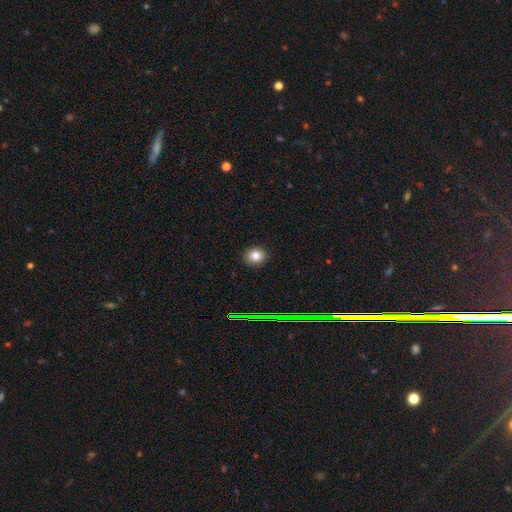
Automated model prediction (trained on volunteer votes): Overall: smooth (80%). How rounded: round (80%). Merging: none (91%).